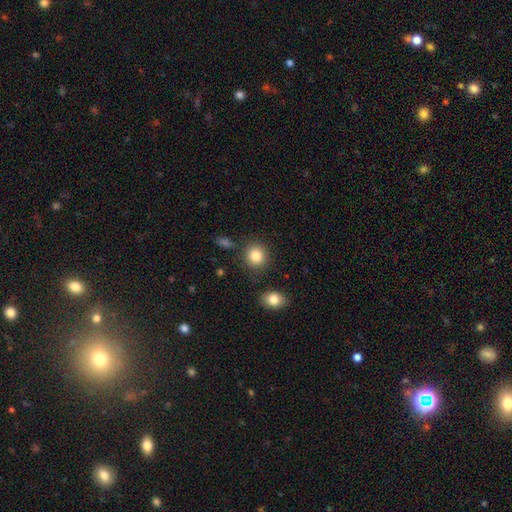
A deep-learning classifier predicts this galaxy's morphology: Smooth or featured? Predicted: smooth (p=0.85). How rounded? Predicted: round (p=0.87). Merging? Predicted: none (p=0.84).